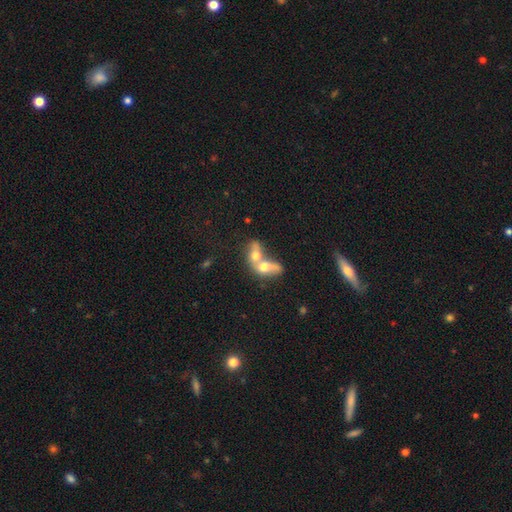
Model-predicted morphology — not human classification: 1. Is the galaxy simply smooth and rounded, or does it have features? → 60% smooth, 30% featured or disk, 10% star or artifact.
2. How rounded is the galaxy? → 64% in between, 32% round, 4% cigar-shaped.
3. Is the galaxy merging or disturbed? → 82% merger, 9% none, 5% major disturbance, 4% minor disturbance.